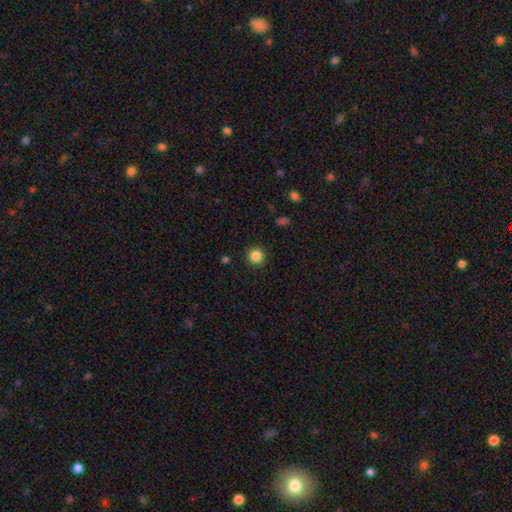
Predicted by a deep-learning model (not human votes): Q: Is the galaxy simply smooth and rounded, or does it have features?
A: smooth — 85%.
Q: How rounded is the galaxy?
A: round — 94%.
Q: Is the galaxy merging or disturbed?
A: none — 90%.